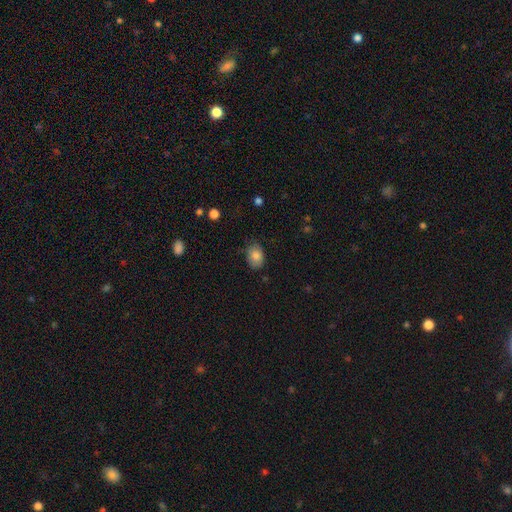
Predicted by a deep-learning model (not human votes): smooth 83%, featured or disk 9%, star or artifact 8%. Down the decision tree: how rounded — in between (75%); merging — none (70%).